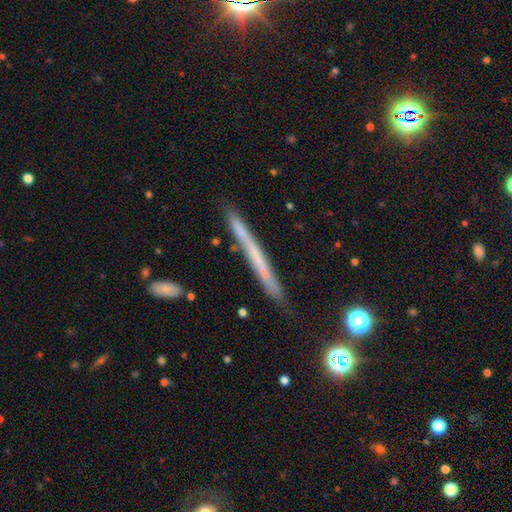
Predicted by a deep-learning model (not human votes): Smooth or featured?
  - featured or disk: 48% *
  - smooth: 40%
  - star or artifact: 12%
Merging?
  - none: 86% *
  - minor disturbance: 10%
  - major disturbance: 2%
  - merger: 2%